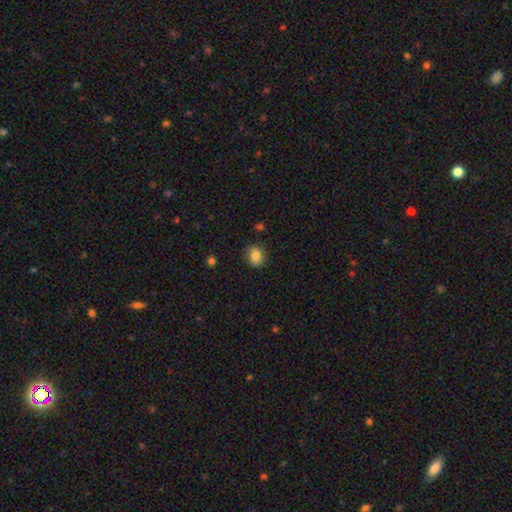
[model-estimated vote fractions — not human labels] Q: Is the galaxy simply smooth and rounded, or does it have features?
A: smooth — 80%.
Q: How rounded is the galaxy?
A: round — 72%.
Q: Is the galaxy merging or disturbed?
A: none — 83%.